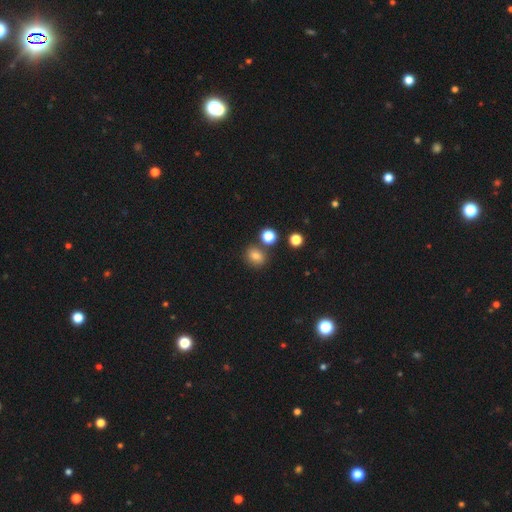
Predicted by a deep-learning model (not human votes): Overall: smooth (80%). How rounded: round (58%; in between 41%). Merging: none (77%).